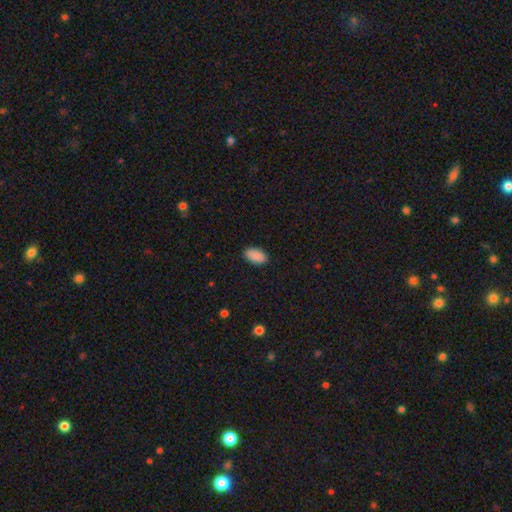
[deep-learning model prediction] smooth-or-featured: smooth: 91% | star or artifact: 7% | featured or disk: 2%
  how-rounded: in between: 95% | round: 3% | cigar-shaped: 2%
  merging: none: 89% | minor disturbance: 8% | major disturbance: 2% | merger: 1%